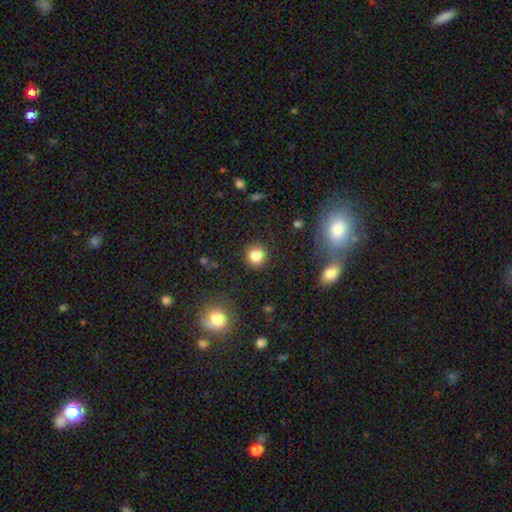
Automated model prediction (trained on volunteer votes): Smooth or featured? smooth (83%)
How rounded? round (90%)
Merging? none (89%)